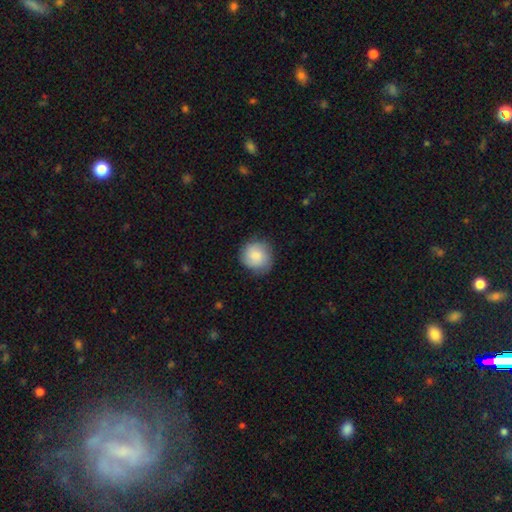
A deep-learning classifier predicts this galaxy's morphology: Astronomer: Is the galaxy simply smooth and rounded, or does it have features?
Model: smooth — 79%.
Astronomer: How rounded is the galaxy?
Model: round — 89%.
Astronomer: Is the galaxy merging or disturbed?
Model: none — 80%.